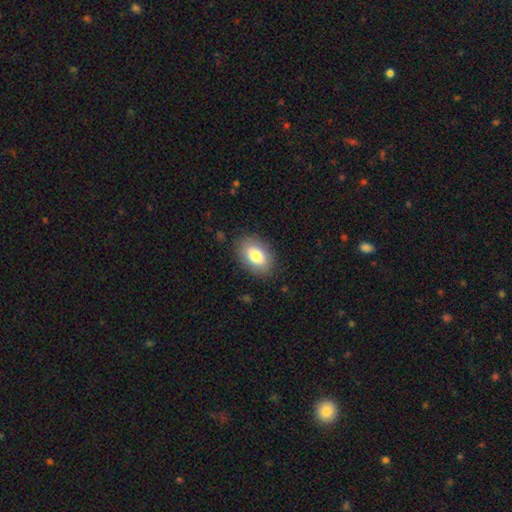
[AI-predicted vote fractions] A smooth galaxy with no disk features (79%) that is in between round and cigar-shaped (87%).

Vote fractions:
- Smooth or featured? smooth: 79% / featured or disk: 13% / star or artifact: 7%
- How rounded? in between: 87% / round: 11% / cigar-shaped: 1%
- Merging? none: 86% / minor disturbance: 10% / major disturbance: 3% / merger: 1%